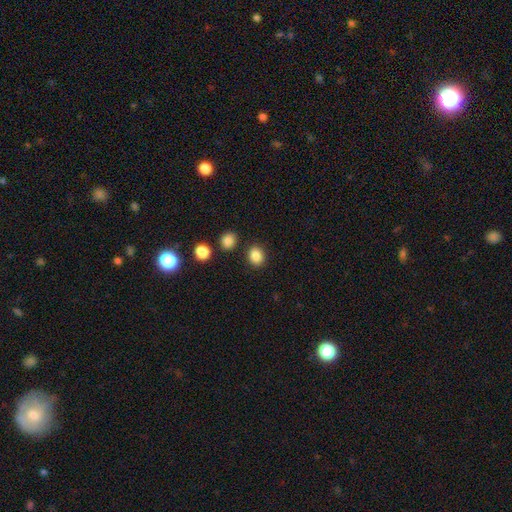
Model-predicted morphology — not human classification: The model was most divided on "how rounded": round: 59%, in between: 41%, cigar-shaped: 1%. More confident: smooth or featured — smooth (86%); merging — none (85%).